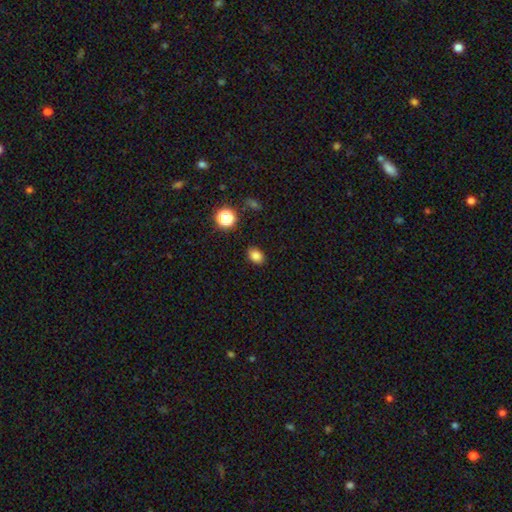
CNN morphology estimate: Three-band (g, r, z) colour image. It shows a smooth galaxy with no disk features (83%) that is in between round and cigar-shaped (74%). Merging: none (88%).